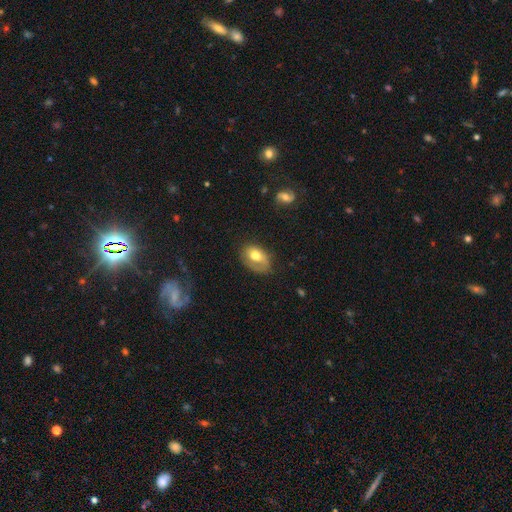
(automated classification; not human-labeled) smooth_or_featured: smooth (p=0.62) [alt: featured or disk p=0.30]
how_rounded: in between (p=0.84) [alt: round p=0.14]
merging: none (p=0.52) [alt: minor disturbance p=0.30]